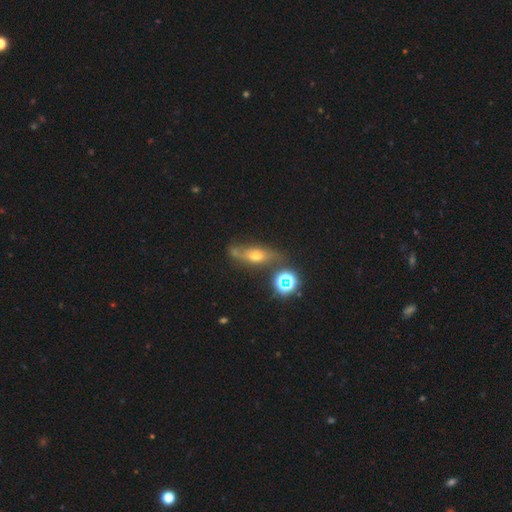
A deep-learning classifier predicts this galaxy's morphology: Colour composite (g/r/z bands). It shows a featured or disk galaxy (43%). Merging: none (58%).